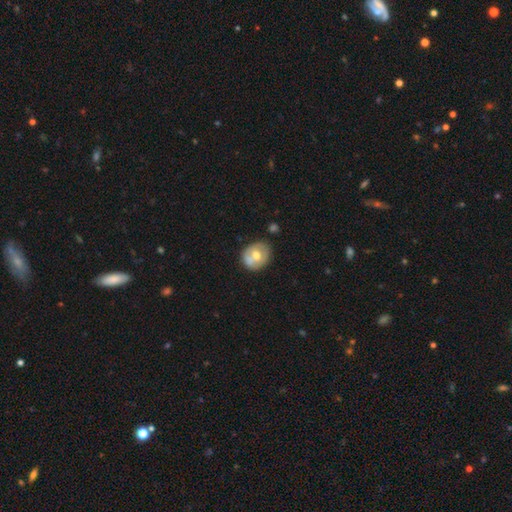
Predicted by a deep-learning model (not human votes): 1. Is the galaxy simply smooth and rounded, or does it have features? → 53% smooth, 41% featured or disk, 7% star or artifact.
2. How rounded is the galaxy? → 63% round, 36% in between, 1% cigar-shaped.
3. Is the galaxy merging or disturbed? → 68% none, 21% minor disturbance, 6% merger, 5% major disturbance.